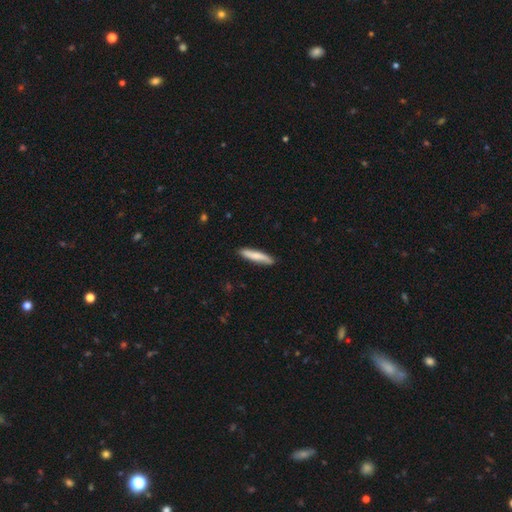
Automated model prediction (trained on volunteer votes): A smooth galaxy with no disk features (74%) that is cigar-shaped (89%). Merging: none (85%).